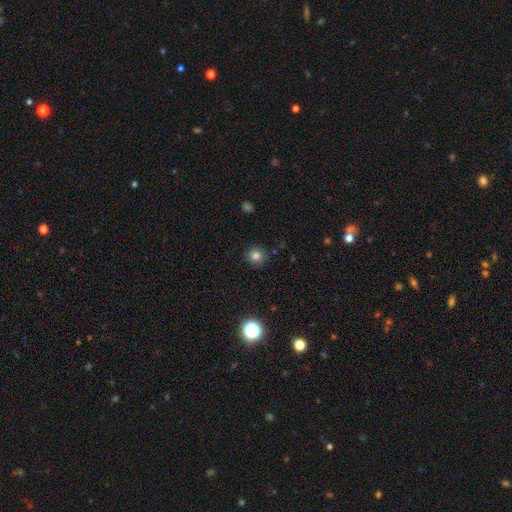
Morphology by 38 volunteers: This appears to be a smooth galaxy with no disk features (79%) that is round (97%). Merging: none (76%).